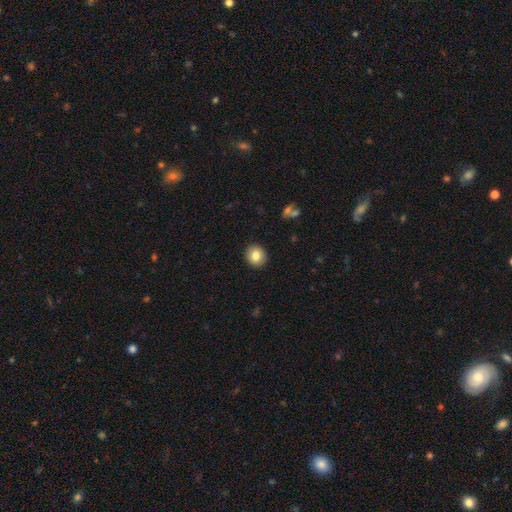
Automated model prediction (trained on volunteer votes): Smooth or featured?
  - smooth: 83% *
  - star or artifact: 9%
  - featured or disk: 8%
How rounded?
  - round: 83% *
  - in between: 16%
  - cigar-shaped: 1%
Merging?
  - none: 92% *
  - minor disturbance: 6%
  - major disturbance: 2%
  - merger: 1%